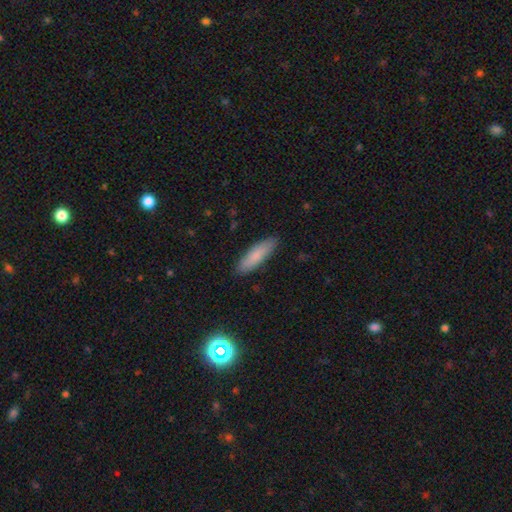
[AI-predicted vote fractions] Overall: smooth (80%). How rounded: cigar-shaped (62%; in between 36%). Merging: none (87%).